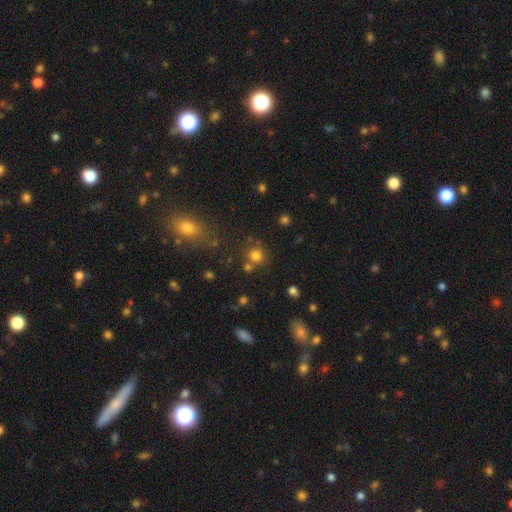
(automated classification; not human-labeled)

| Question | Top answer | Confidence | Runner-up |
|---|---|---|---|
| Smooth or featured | smooth | 76% | star or artifact (17%) |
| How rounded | round | 89% | in between (10%) |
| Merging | none | 69% | merger (17%) |